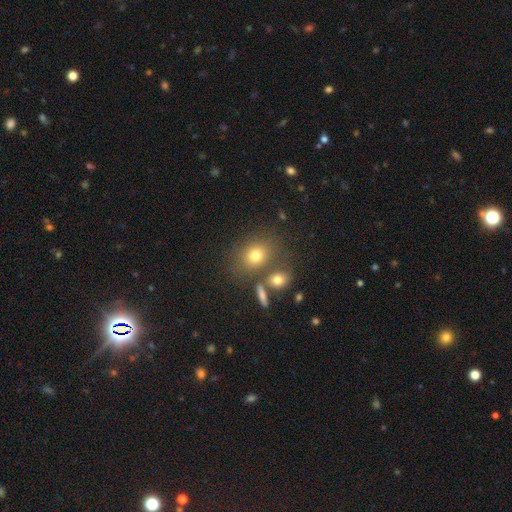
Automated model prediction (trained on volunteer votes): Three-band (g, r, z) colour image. It shows a smooth galaxy with no disk features (74%) that is round (50%). Merging: none (66%).